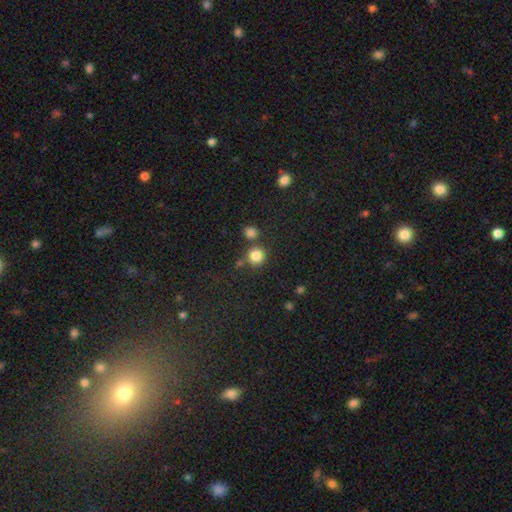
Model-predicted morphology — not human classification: smooth-or-featured: smooth: 83% | star or artifact: 12% | featured or disk: 5%
  how-rounded: round: 92% | in between: 7% | cigar-shaped: 1%
  merging: none: 72% | merger: 17% | minor disturbance: 9% | major disturbance: 3%